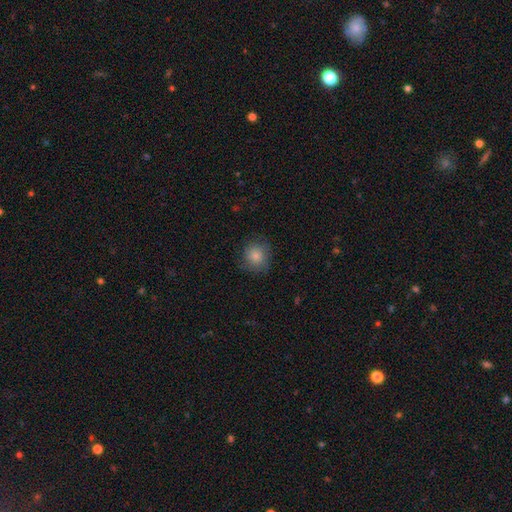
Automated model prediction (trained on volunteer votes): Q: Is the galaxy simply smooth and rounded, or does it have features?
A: smooth — 84%.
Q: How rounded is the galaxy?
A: round — 86%.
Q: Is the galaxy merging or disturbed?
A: none — 80%.